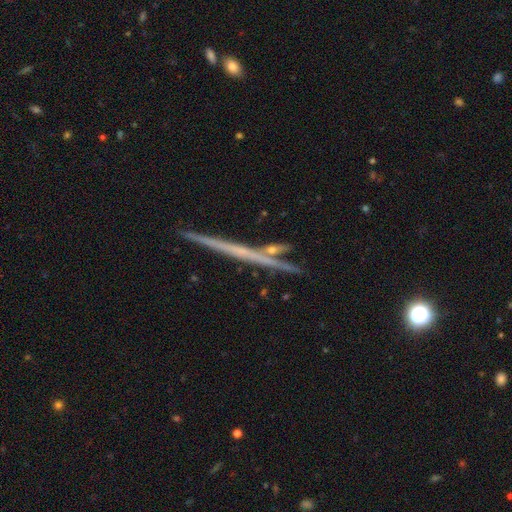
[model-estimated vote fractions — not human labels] Morphology: type=featured or disk (67%); edge-on=yes (96%); edge-on bulge=none (87%); merging=none (80%).